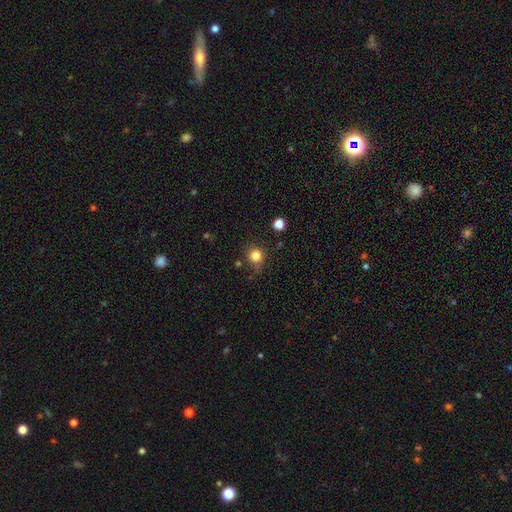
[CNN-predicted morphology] A smooth galaxy with no disk features (82%) that is round (90%). Merging: none (72%).